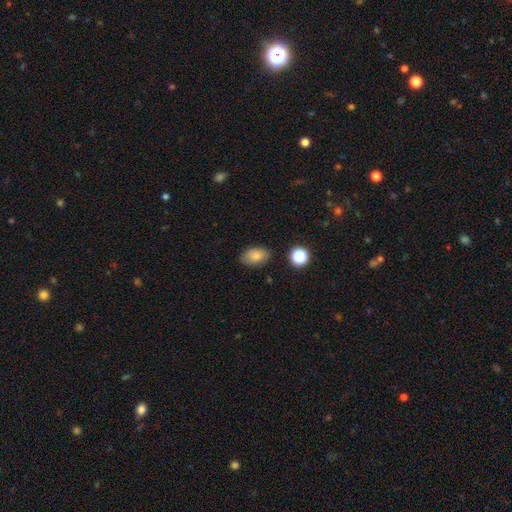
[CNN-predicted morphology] Q: Smooth or featured?
A: smooth (79%); runner-up: featured or disk (11%)
Q: How rounded?
A: in between (86%); runner-up: round (13%)
Q: Merging?
A: none (80%); runner-up: minor disturbance (15%)